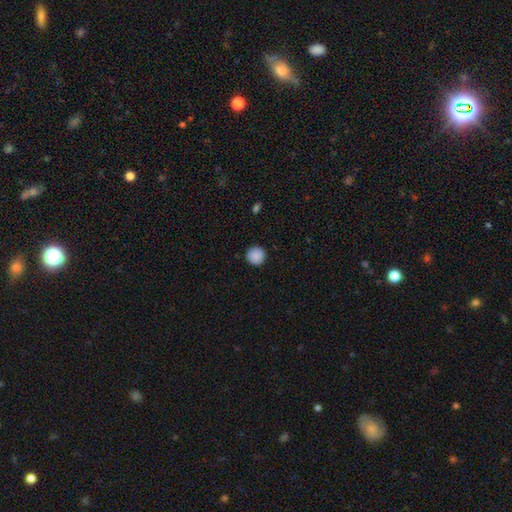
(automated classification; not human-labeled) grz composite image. It shows a smooth galaxy with no disk features (89%) that is round (95%). Merging: none (92%).